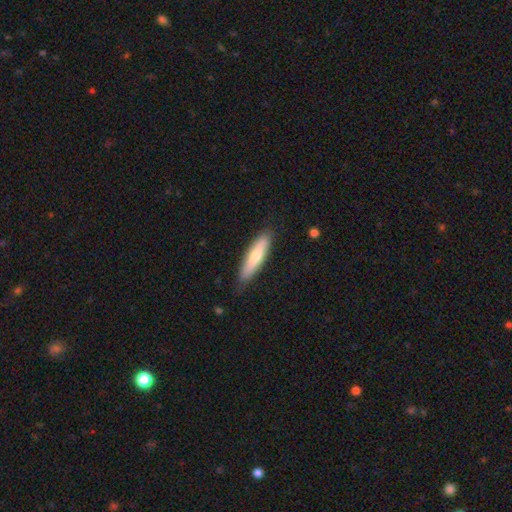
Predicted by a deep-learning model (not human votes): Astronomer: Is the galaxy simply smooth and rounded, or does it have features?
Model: smooth — 68%.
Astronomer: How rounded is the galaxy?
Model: cigar-shaped — 81%.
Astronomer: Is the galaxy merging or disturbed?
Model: none — 86%.